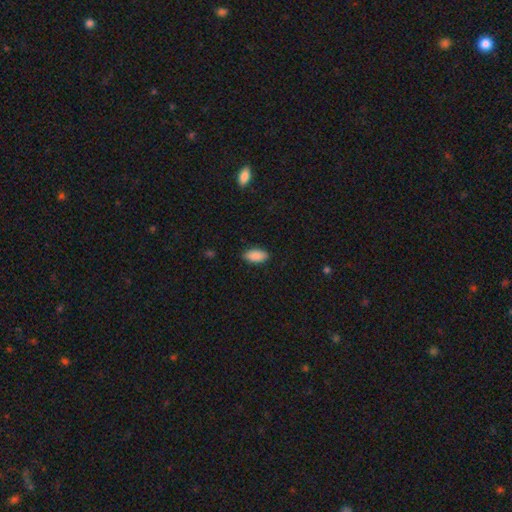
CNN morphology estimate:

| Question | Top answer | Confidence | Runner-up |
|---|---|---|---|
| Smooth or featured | smooth | 90% | star or artifact (6%) |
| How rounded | in between | 93% | cigar-shaped (5%) |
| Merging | none | 88% | minor disturbance (9%) |